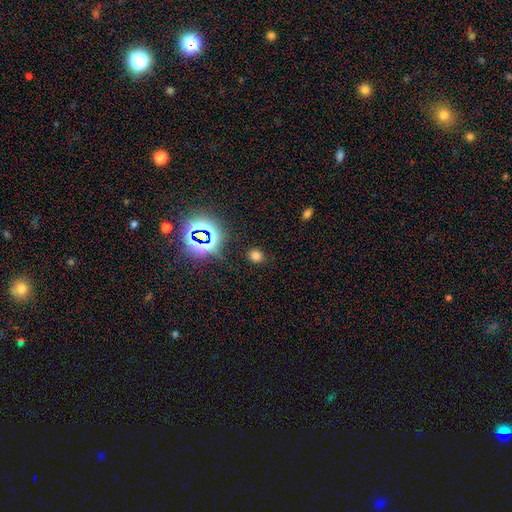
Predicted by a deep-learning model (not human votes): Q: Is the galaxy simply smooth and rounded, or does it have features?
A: smooth — 67%.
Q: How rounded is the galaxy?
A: round — 70%.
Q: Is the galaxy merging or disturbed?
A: none — 85%.